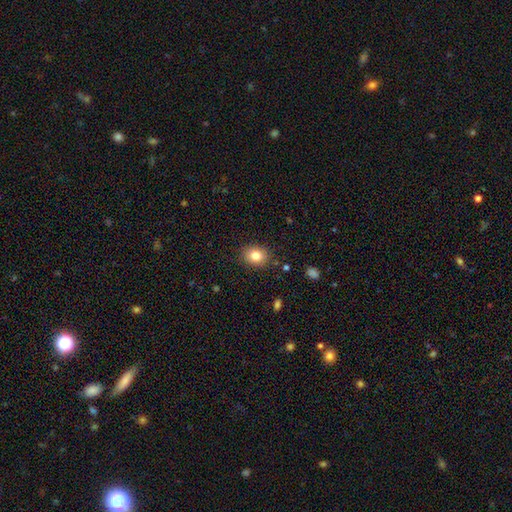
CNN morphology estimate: smooth_or_featured: smooth (p=0.83) [alt: star or artifact p=0.10]
how_rounded: round (p=0.54) [alt: in between p=0.45]
merging: none (p=0.87) [alt: minor disturbance p=0.09]